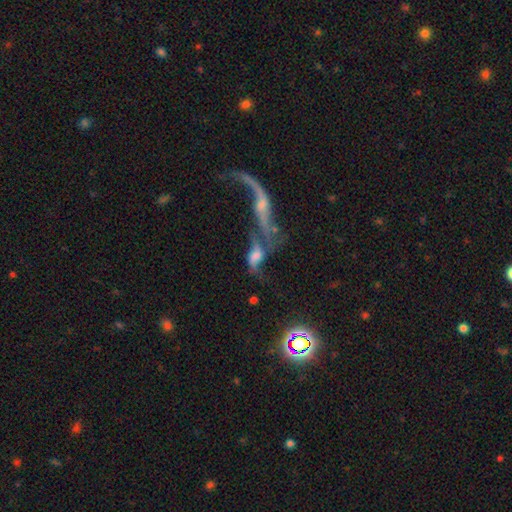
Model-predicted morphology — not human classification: Overall: featured or disk (50%; smooth 37%). Edge-on disk: no (86%). Merging: merger (61%).